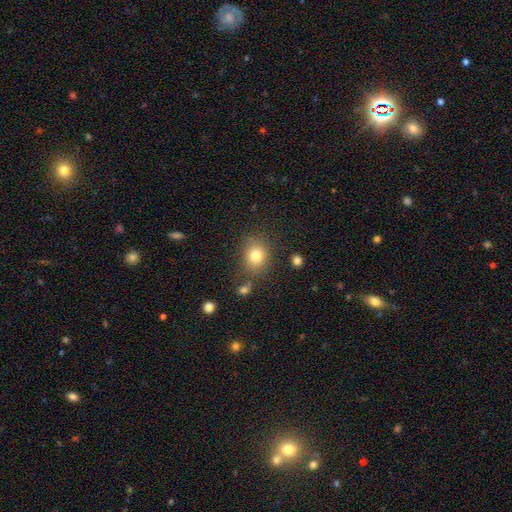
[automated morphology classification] Smooth or featured?
  - smooth: 79% *
  - star or artifact: 12%
  - featured or disk: 9%
How rounded?
  - round: 70% *
  - in between: 29%
  - cigar-shaped: 1%
Merging?
  - none: 79% *
  - minor disturbance: 12%
  - merger: 5%
  - major disturbance: 4%